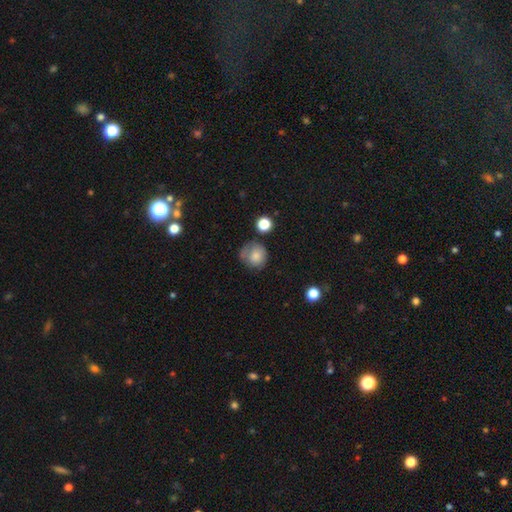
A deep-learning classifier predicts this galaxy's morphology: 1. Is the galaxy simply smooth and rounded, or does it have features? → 78% smooth, 12% featured or disk, 9% star or artifact.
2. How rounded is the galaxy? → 83% round, 16% in between, 1% cigar-shaped.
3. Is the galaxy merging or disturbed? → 52% none, 28% minor disturbance, 13% major disturbance, 8% merger.